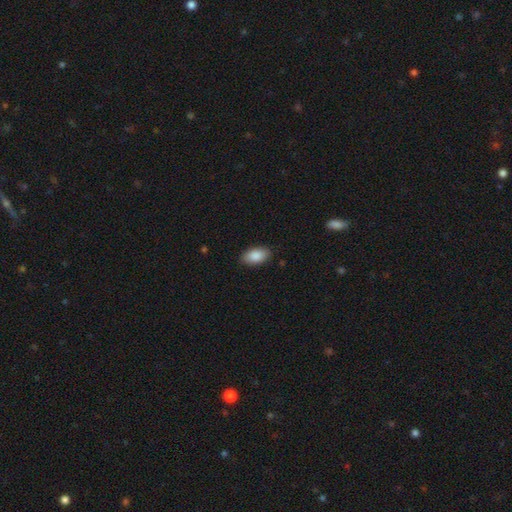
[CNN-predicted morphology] This is clearly a smooth galaxy (88%). How rounded: clearly in between (94%). Merging: clearly none (87%).